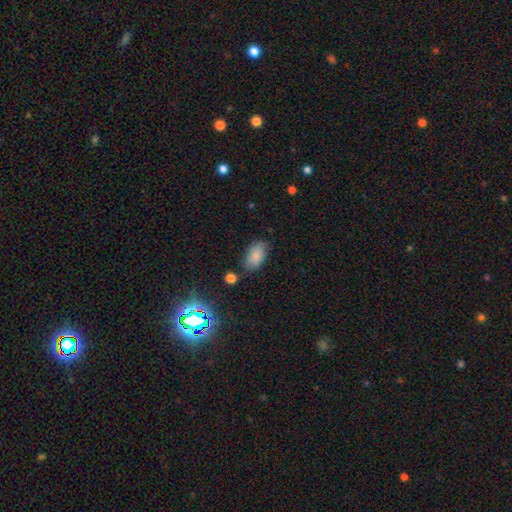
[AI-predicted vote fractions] This appears to be a smooth galaxy with no disk features (83%) that is in between round and cigar-shaped (92%). Merging: none (71%).